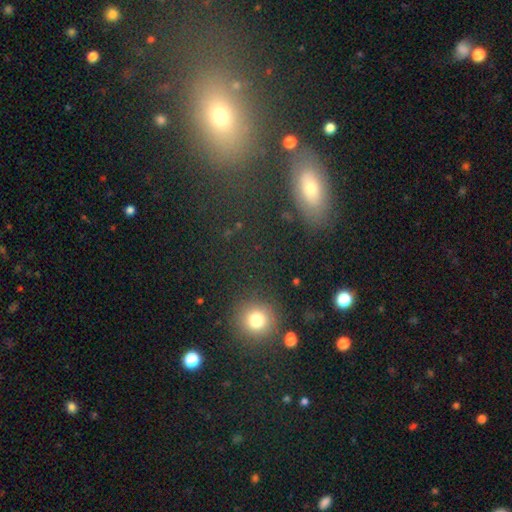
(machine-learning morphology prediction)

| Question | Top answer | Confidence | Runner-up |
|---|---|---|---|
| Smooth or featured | smooth | 61% | star or artifact (29%) |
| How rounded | round | 70% | in between (27%) |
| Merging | none | 81% | minor disturbance (9%) |